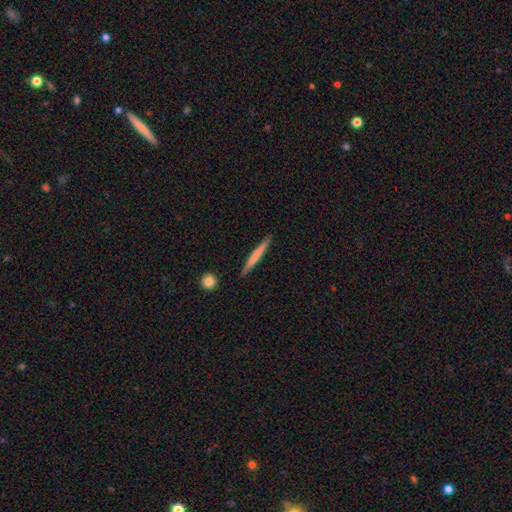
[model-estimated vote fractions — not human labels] smooth 63%, featured or disk 32%, star or artifact 5%. Down the decision tree: how rounded — cigar-shaped (96%); merging — none (90%).